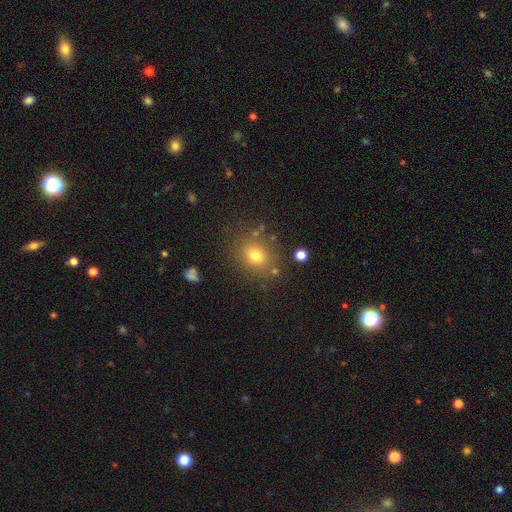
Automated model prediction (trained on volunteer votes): Overall: smooth (74%). How rounded: round (60%; in between 39%). Merging: none (78%).